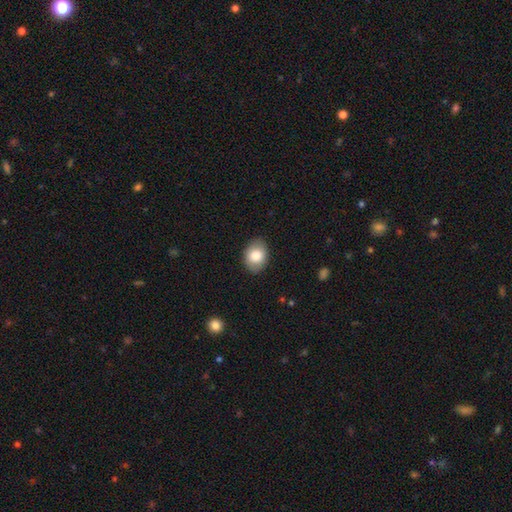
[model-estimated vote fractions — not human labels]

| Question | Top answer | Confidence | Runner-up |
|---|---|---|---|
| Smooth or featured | smooth | 82% | featured or disk (11%) |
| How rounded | in between | 73% | round (26%) |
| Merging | none | 86% | minor disturbance (11%) |